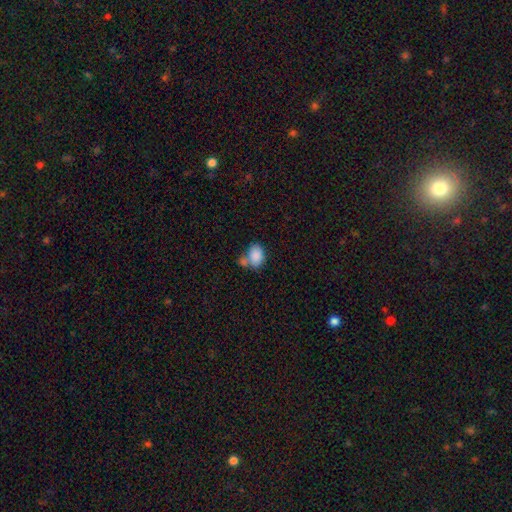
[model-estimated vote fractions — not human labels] Smooth or featured?
  - smooth: 85% *
  - star or artifact: 8%
  - featured or disk: 7%
How rounded?
  - in between: 72% *
  - round: 27%
  - cigar-shaped: 1%
Merging?
  - merger: 40% * (tied)
  - none: 40% * (tied)
  - minor disturbance: 14%
  - major disturbance: 6%